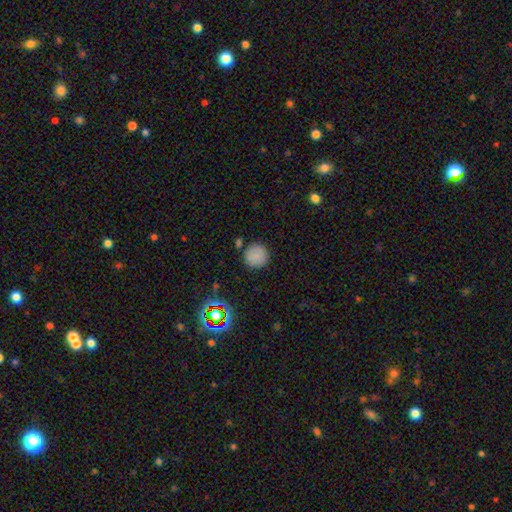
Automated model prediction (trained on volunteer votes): smooth_or_featured: smooth (p=0.80) [alt: star or artifact p=0.12]
how_rounded: round (p=0.94) [alt: in between p=0.05]
merging: none (p=0.85) [alt: minor disturbance p=0.09]